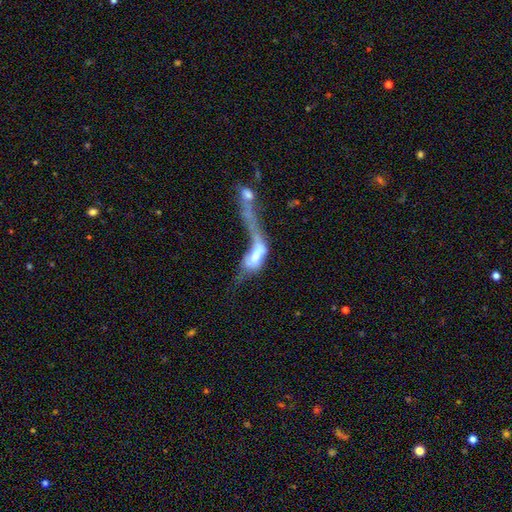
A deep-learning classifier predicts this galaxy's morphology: A smooth galaxy with no disk features (47%).

Vote fractions:
- Smooth or featured? smooth: 47% / featured or disk: 43% / star or artifact: 10%
- Merging? merger: 57% / major disturbance: 29% / none: 7% / minor disturbance: 6%